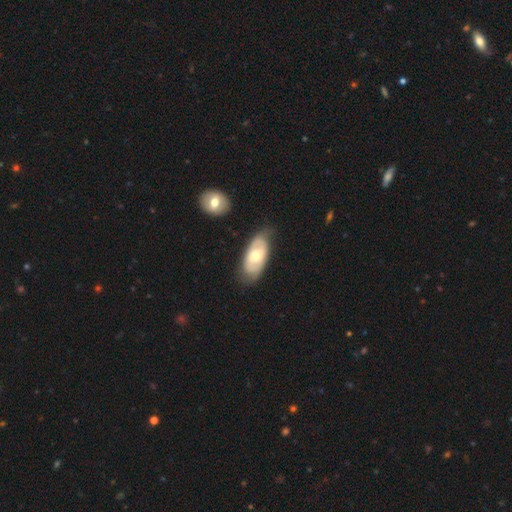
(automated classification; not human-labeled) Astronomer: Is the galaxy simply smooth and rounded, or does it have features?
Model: featured or disk — 51% (runner-up: smooth, 44%).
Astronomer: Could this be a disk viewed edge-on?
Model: no — 89%.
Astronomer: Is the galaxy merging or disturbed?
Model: none — 71%.